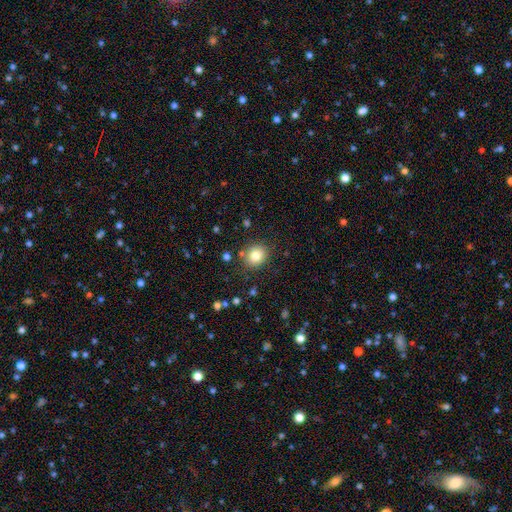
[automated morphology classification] smooth_or_featured: smooth (p=0.81) [alt: star or artifact p=0.11]
how_rounded: round (p=0.76) [alt: in between p=0.23]
merging: none (p=0.85) [alt: minor disturbance p=0.09]